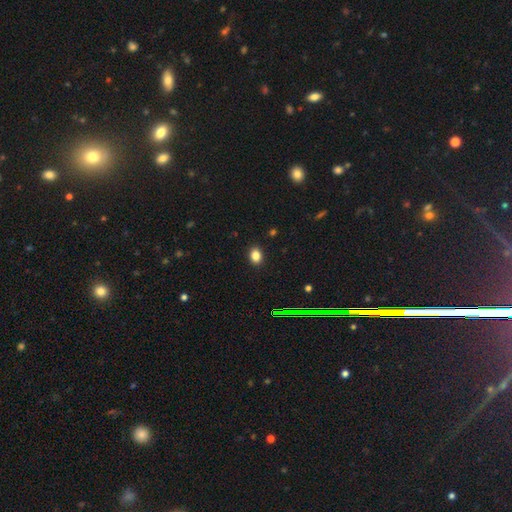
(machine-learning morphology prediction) smooth 83%, star or artifact 12%, featured or disk 5%. Down the decision tree: how rounded — in between (67%); merging — none (90%).